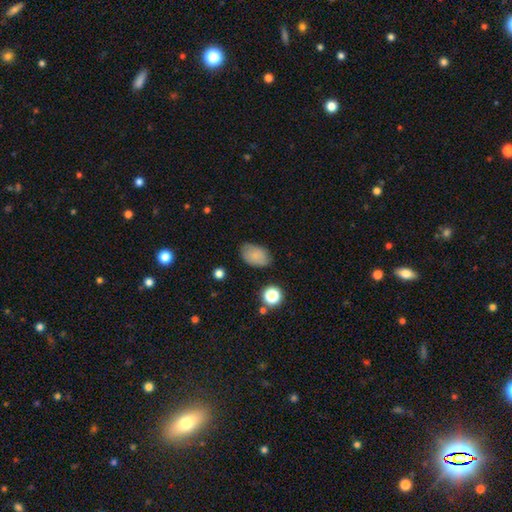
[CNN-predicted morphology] This is likely a smooth galaxy (77%). How rounded: clearly in between (86%). Merging: likely none (75%).